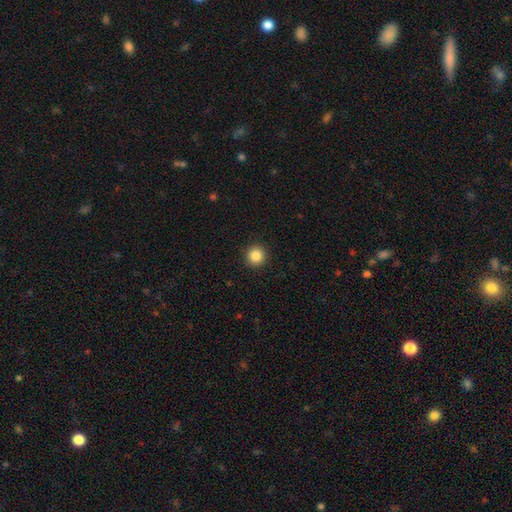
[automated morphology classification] This is clearly a smooth galaxy (86%). How rounded: clearly round (95%). Merging: clearly none (93%).